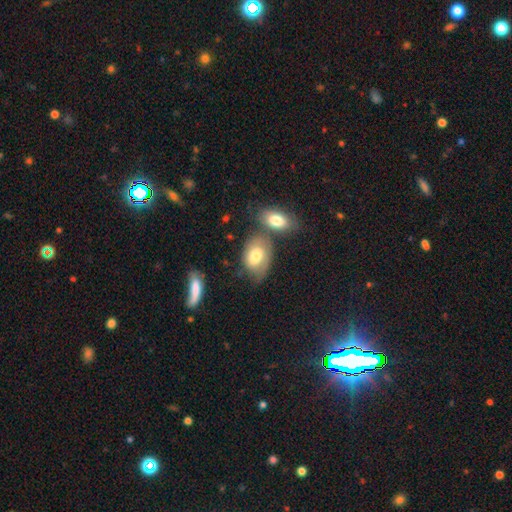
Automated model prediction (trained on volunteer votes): Smooth or featured?
  - smooth: 63% *
  - featured or disk: 29%
  - star or artifact: 7%
How rounded?
  - in between: 86% *
  - round: 13%
  - cigar-shaped: 2%
Merging?
  - none: 41% *
  - merger: 25%
  - minor disturbance: 23%
  - major disturbance: 10%